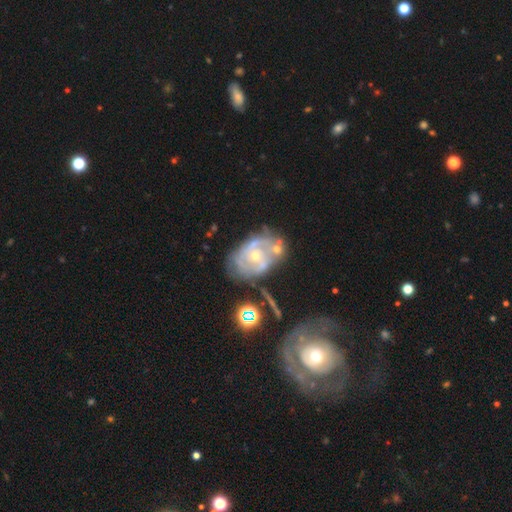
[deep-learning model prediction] Smooth or featured? Predicted: featured or disk (p=0.81). Edge-on disk? Predicted: no (p=0.96). Bar? Predicted: no (p=0.65). Spiral arms? Predicted: yes (p=0.86). Spiral winding? Predicted: tight (p=0.50). Spiral arm count? Predicted: 2 (p=0.45). Bulge size? Predicted: small (p=0.53). Merging? Predicted: none (p=0.50).